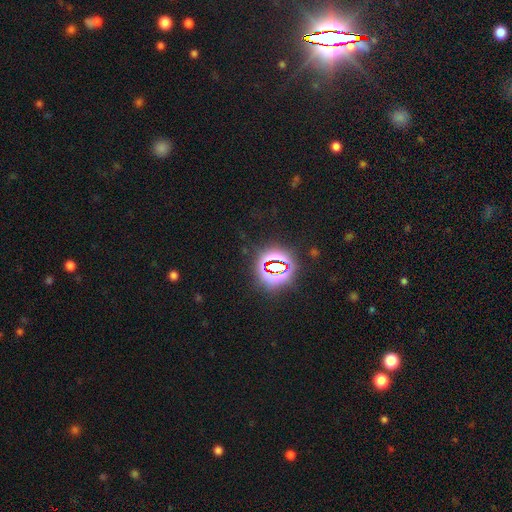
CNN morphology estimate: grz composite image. It shows a star or artifact, not a galaxy (83%).